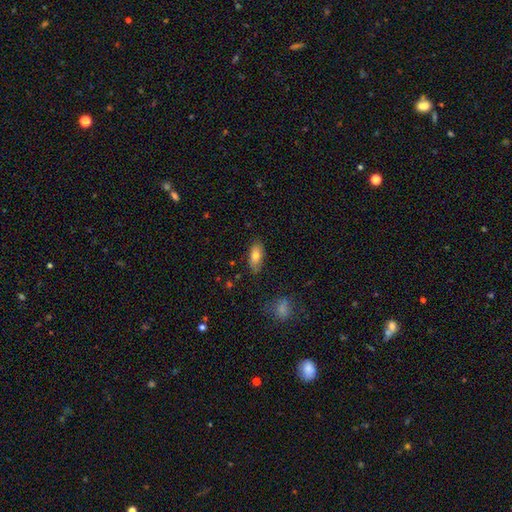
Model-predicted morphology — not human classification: smooth-or-featured: smooth: 74% | featured or disk: 18% | star or artifact: 7%
  how-rounded: in between: 85% | cigar-shaped: 11% | round: 4%
  merging: none: 83% | minor disturbance: 12% | major disturbance: 3% | merger: 2%